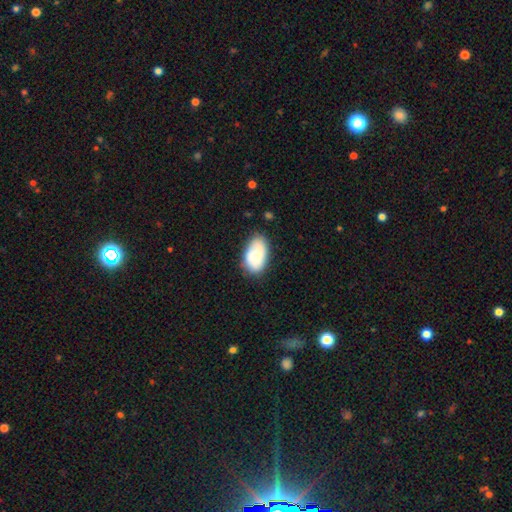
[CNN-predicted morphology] This is likely a smooth galaxy (74%). How rounded: clearly in between (93%). Merging: likely none (72%).